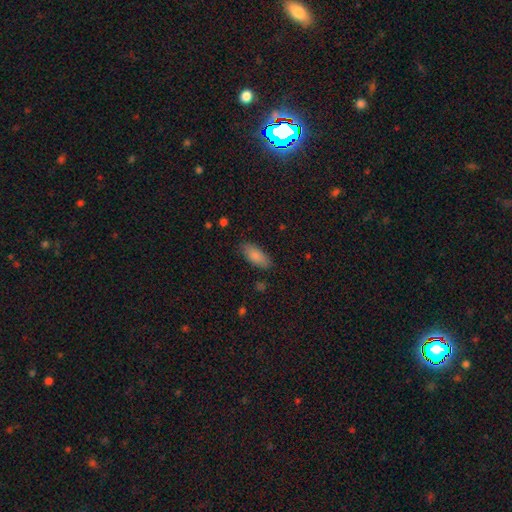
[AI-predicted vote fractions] A smooth galaxy with no disk features (84%) that is in between round and cigar-shaped (85%). Merging: none (83%).